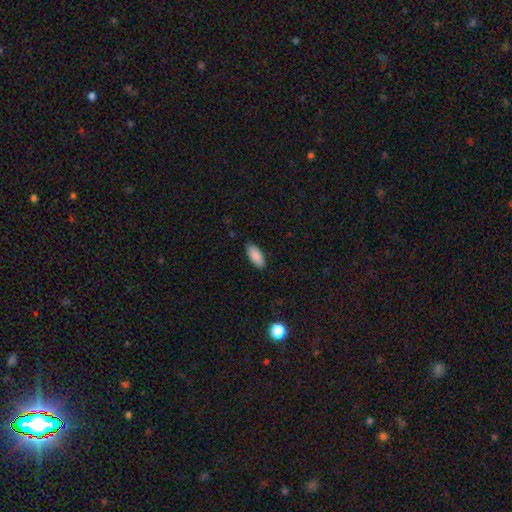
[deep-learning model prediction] This is clearly a smooth galaxy (89%). How rounded: clearly in between (86%). Merging: clearly none (87%).